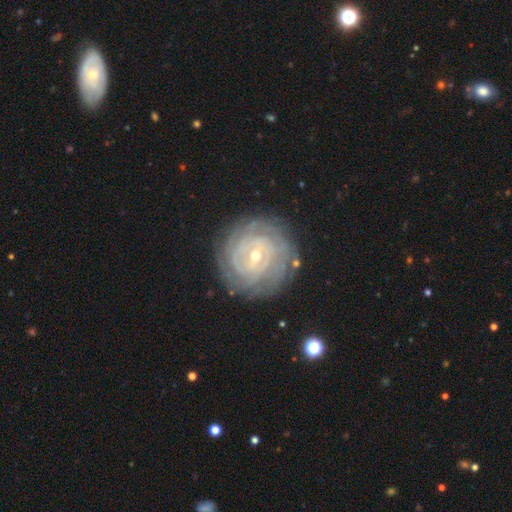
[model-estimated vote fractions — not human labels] Overall: featured or disk (83%). Edge-on disk: no (97%). Bar: weak (48%; no 34%). Spiral arms: yes (92%). Spiral arm count: can't tell (44%; 4 15%). Spiral winding: tight (85%). Bulge size: small (65%; moderate 32%). Merging: none (82%).